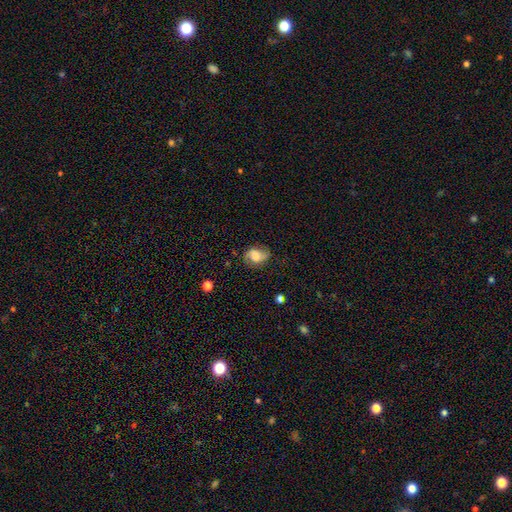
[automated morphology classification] Smooth or featured: featured or disk — 50% (smooth — 40%)
Edge-on disk: no — 97% (yes — 3%)
Merging: none — 71% (minor disturbance — 20%)